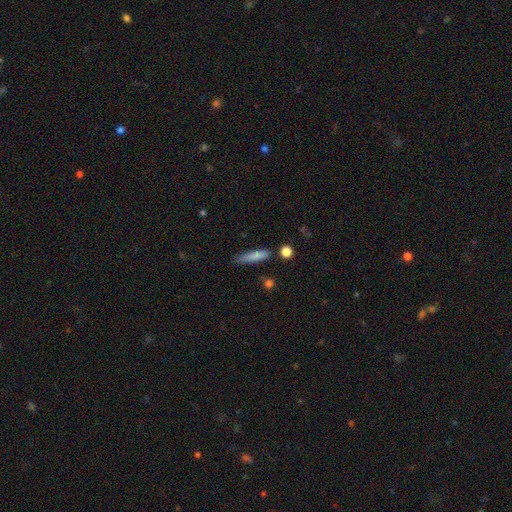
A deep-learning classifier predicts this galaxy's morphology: Q: Smooth or featured?
A: smooth (80%); runner-up: featured or disk (12%)
Q: How rounded?
A: cigar-shaped (82%); runner-up: in between (16%)
Q: Merging?
A: none (71%); runner-up: minor disturbance (21%)